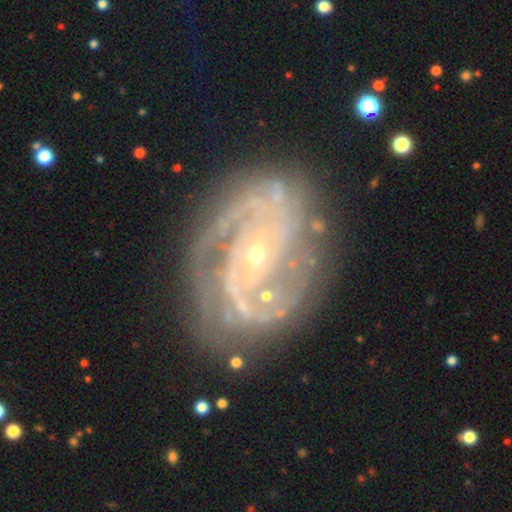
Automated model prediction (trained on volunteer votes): Smooth or featured?
  - featured or disk: 88% *
  - smooth: 6%
  - star or artifact: 6%
Edge-on disk?
  - no: 97% *
  - yes: 3%
Bar?
  - weak: 41% *
  - no: 36%
  - strong: 23%
Spiral arms?
  - yes: 96% *
  - no: 4%
Spiral winding?
  - tight: 58% *
  - medium: 33%
  - loose: 9%
Spiral arm count?
  - 2: 31% *
  - 3: 22%
  - can't tell: 21%
  - 4: 13%
  - more than 4: 7%
  - 1: 7%
Bulge size?
  - small: 77% *
  - moderate: 19%
  - none: 1%
  - large: 1%
  - dominant: 1%
Merging?
  - none: 69% *
  - minor disturbance: 19%
  - major disturbance: 9%
  - merger: 2%